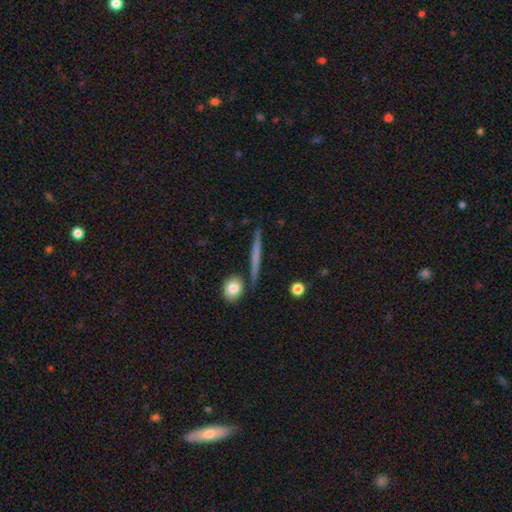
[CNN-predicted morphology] smooth 48%, featured or disk 44%, star or artifact 7%. Down the decision tree: merging — none (86%).